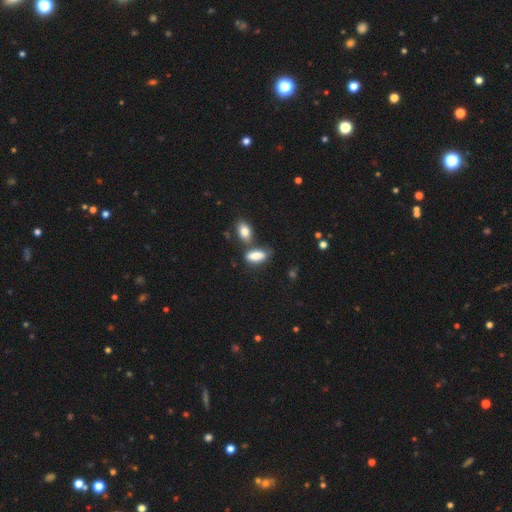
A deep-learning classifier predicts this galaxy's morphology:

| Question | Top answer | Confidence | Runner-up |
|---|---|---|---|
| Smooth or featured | smooth | 83% | featured or disk (9%) |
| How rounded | in between | 83% | cigar-shaped (13%) |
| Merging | none | 52% | merger (22%) |